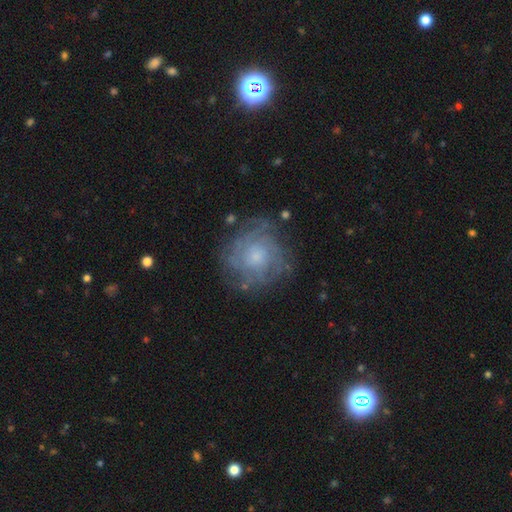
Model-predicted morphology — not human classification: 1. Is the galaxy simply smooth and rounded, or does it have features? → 69% featured or disk, 22% smooth, 9% star or artifact.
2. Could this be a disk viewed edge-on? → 97% no, 3% yes.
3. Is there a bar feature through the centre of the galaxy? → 78% no, 19% weak, 3% strong.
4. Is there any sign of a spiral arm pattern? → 82% yes, 18% no.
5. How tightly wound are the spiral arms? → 62% tight, 28% medium, 10% loose.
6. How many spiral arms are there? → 52% can't tell, 14% 4, 13% 3, 10% 2, 7% more than 4, 5% 1.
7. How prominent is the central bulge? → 48% small, 35% moderate, 10% none, 5% large, 1% dominant.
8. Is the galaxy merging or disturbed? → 73% none, 16% minor disturbance, 9% major disturbance, 2% merger.